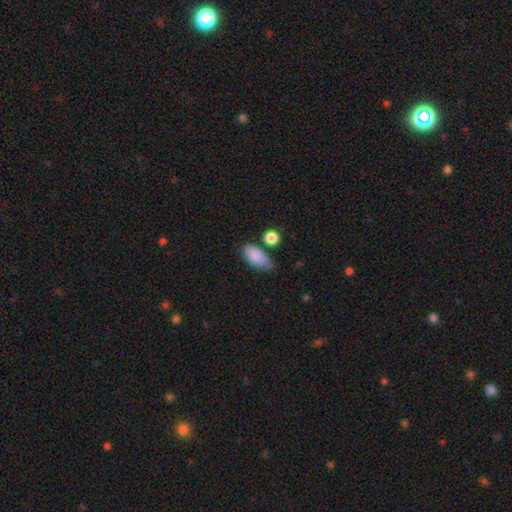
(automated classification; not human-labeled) The model was most divided on "merging": none: 52%, minor disturbance: 31%, merger: 10%, major disturbance: 8%. More confident: how rounded — in between (89%); smooth or featured — smooth (85%).